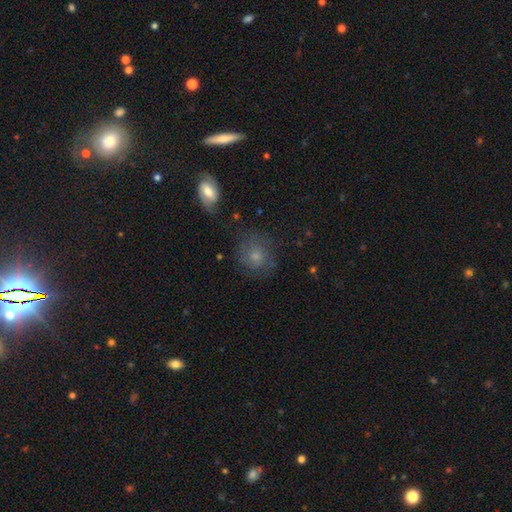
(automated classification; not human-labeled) smooth 61%, featured or disk 27%, star or artifact 12%. Down the decision tree: how rounded — round (83%); merging — none (67%).